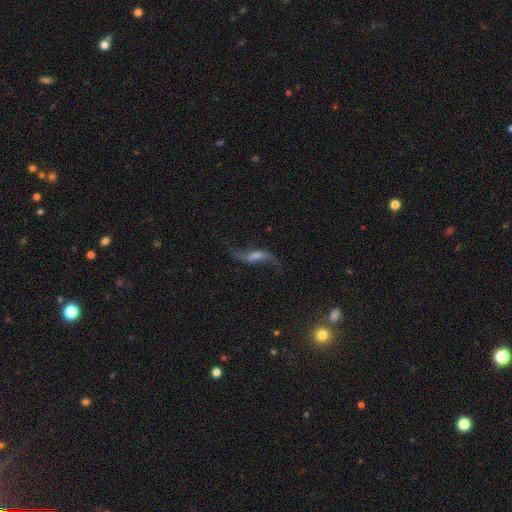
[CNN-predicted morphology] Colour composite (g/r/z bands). It shows a featured or disk galaxy (81%) with a weak bar (44%), 2 (92%) loose (94%) spiral arms (93%) and a small central bulge (39%). Merging: none (69%).